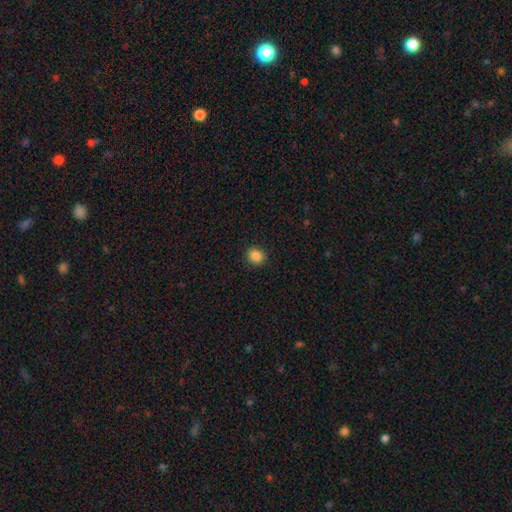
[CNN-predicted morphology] This is clearly a smooth galaxy (86%). How rounded: likely round (75%). Merging: clearly none (91%).